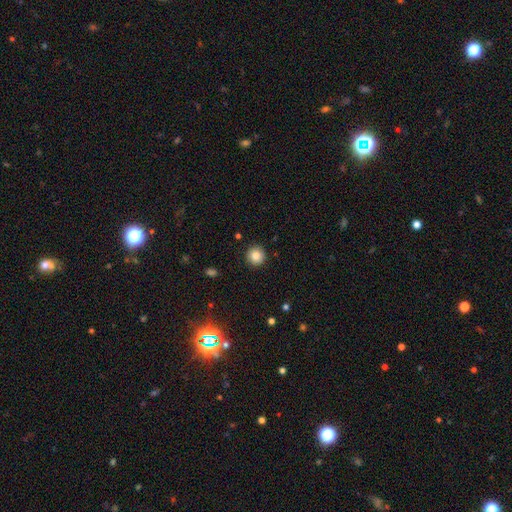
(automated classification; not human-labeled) A smooth galaxy with no disk features (84%) that is round (95%). Merging: none (92%).